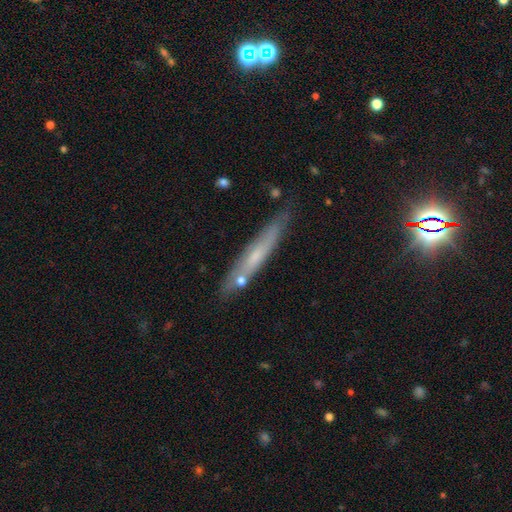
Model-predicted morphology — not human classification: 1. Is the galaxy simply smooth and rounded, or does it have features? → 47% smooth, 46% featured or disk, 8% star or artifact.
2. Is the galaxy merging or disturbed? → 76% none, 16% minor disturbance, 5% merger, 3% major disturbance.